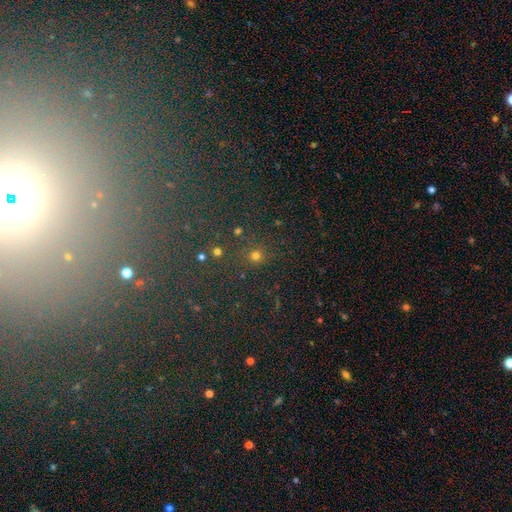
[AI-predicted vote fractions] smooth 61%, star or artifact 32%, featured or disk 7%. Down the decision tree: how rounded — round (91%); merging — none (83%).